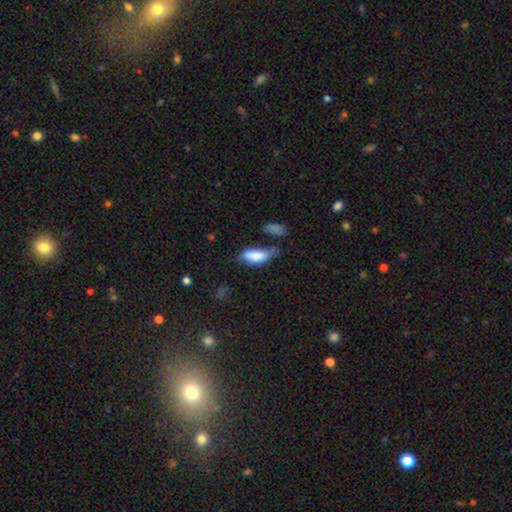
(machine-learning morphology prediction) This appears to be a smooth galaxy with no disk features (83%) that is in between round and cigar-shaped (78%). Merging: none (42%).